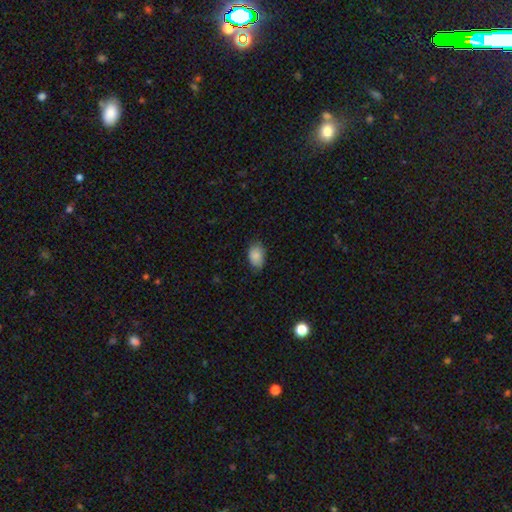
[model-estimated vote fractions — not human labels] The model was most divided on "merging": none: 71%, minor disturbance: 24%, major disturbance: 4%, merger: 1%. More confident: how rounded — in between (86%); smooth or featured — smooth (85%).